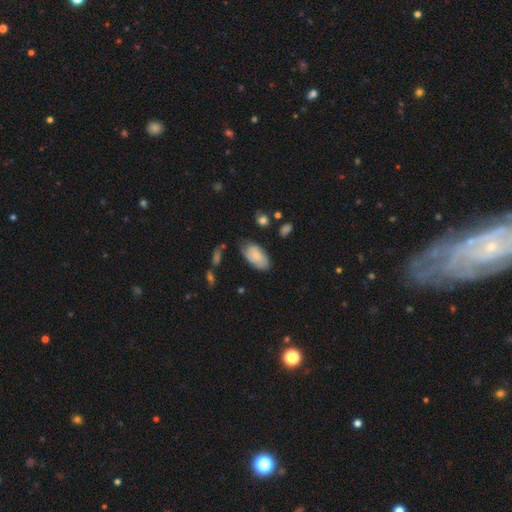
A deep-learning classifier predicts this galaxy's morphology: Overall: smooth (71%). How rounded: in between (94%). Merging: none (62%; minor disturbance 28%).